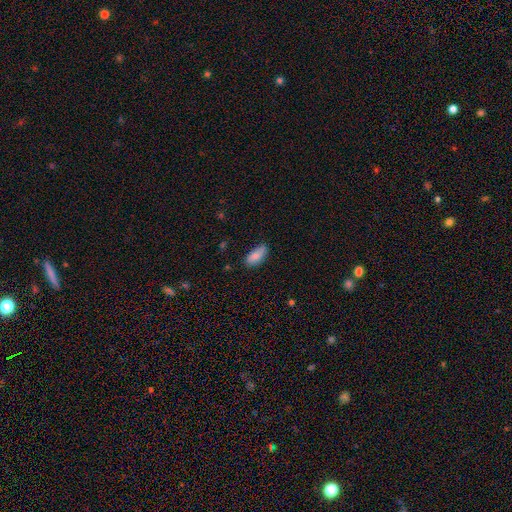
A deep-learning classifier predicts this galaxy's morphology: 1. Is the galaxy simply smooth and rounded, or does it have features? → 85% smooth, 8% featured or disk, 7% star or artifact.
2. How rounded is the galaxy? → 88% in between, 10% cigar-shaped, 2% round.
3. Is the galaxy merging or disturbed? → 75% none, 20% minor disturbance, 3% major disturbance, 2% merger.